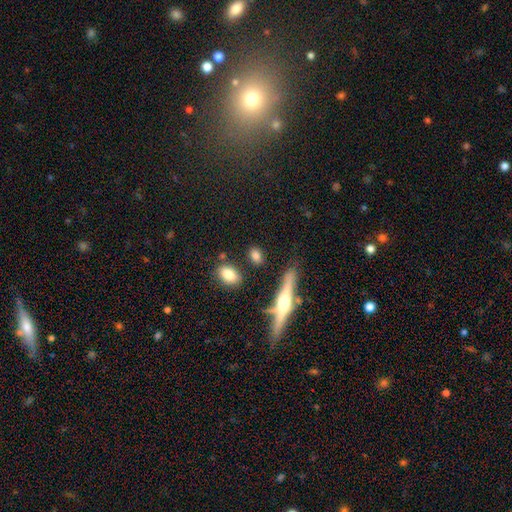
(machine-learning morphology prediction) Smooth or featured: smooth — 74% (featured or disk — 16%)
How rounded: in between — 64% (round — 25%)
Merging: none — 81% (minor disturbance — 10%)